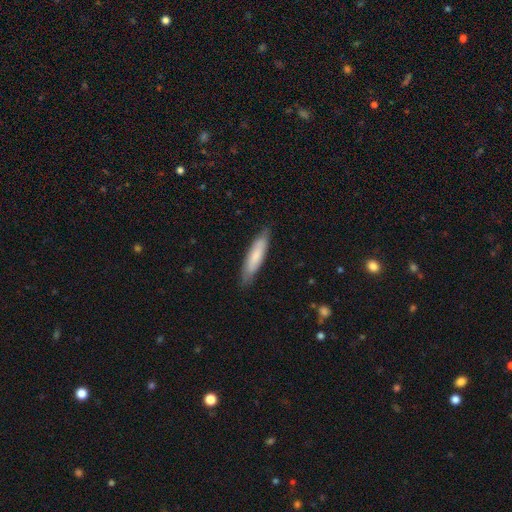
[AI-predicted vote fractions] Morphology: type=smooth (75%); roundness=cigar-shaped (79%); merging=none (84%).